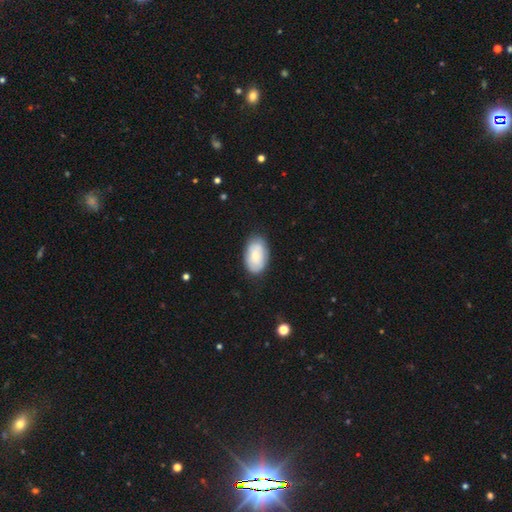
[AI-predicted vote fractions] The model was most divided on "smooth or featured": smooth: 72%, featured or disk: 22%, star or artifact: 6%. More confident: how rounded — in between (93%); merging — none (80%).